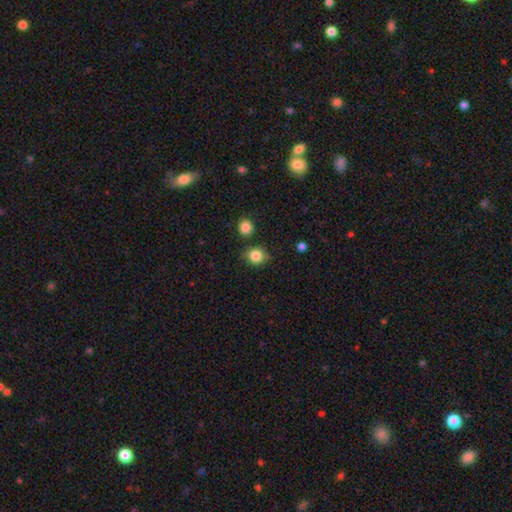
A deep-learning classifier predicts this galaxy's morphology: A smooth galaxy with no disk features (84%) that is round (84%).

Vote fractions:
- Smooth or featured? smooth: 84% / star or artifact: 11% / featured or disk: 5%
- How rounded? round: 84% / in between: 15% / cigar-shaped: 1%
- Merging? none: 78% / minor disturbance: 13% / merger: 5% / major disturbance: 3%